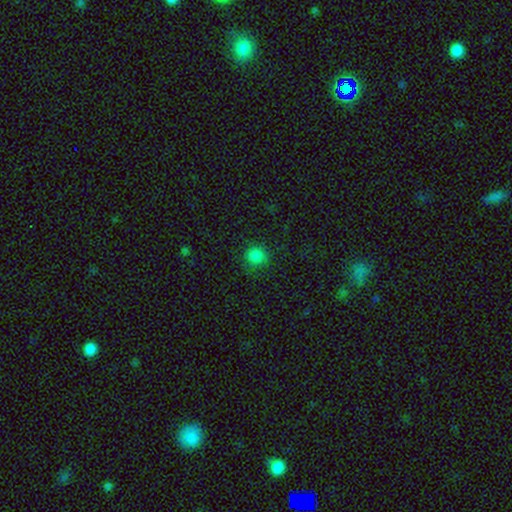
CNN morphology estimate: The model was most divided on "smooth or featured": smooth: 84%, star or artifact: 13%, featured or disk: 3%. More confident: how rounded — round (92%); merging — none (88%).